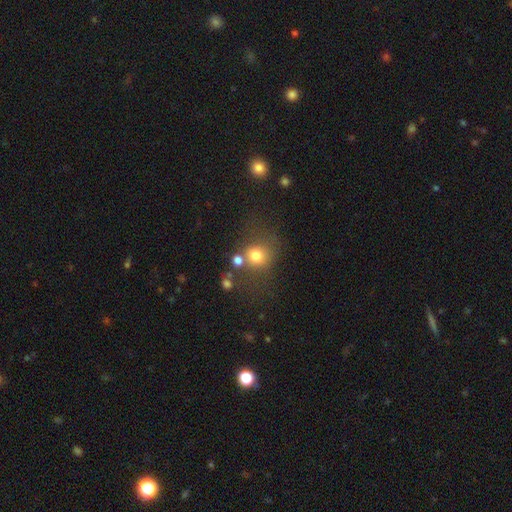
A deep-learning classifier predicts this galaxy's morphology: Overall: smooth (73%). How rounded: round (81%). Merging: none (57%; merger 18%).